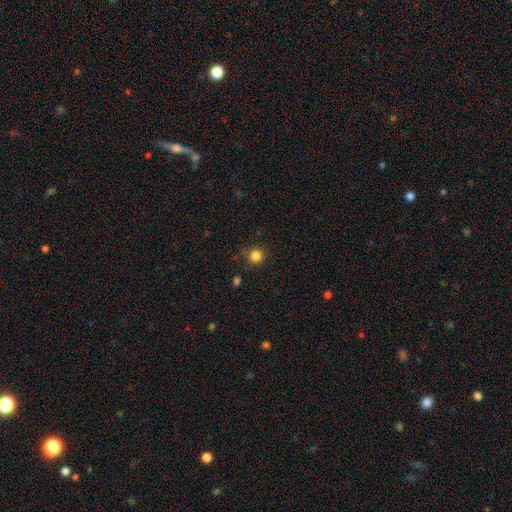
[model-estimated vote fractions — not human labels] A smooth galaxy with no disk features (83%) that is round (93%).

Vote fractions:
- Smooth or featured? smooth: 83% / star or artifact: 12% / featured or disk: 4%
- How rounded? round: 93% / in between: 6% / cigar-shaped: 1%
- Merging? none: 83% / minor disturbance: 11% / major disturbance: 3% / merger: 3%